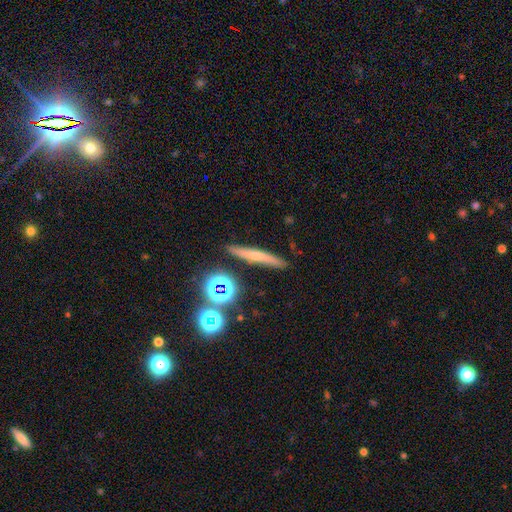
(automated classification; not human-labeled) The model was most divided on "smooth or featured": smooth: 49%, featured or disk: 35%, star or artifact: 16%. More confident: merging — none (86%).